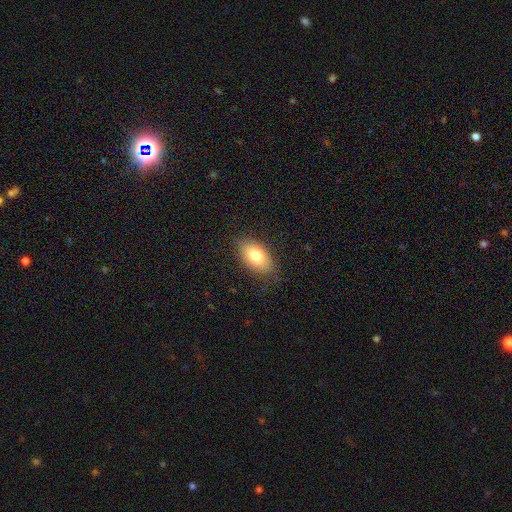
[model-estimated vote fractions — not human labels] Smooth or featured? Predicted: smooth (p=0.76). How rounded? Predicted: in between (p=0.90). Merging? Predicted: none (p=0.81).